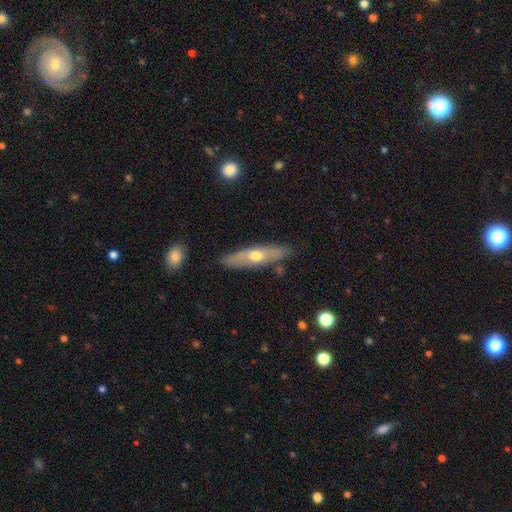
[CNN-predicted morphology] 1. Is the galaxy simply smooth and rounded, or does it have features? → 57% featured or disk, 35% smooth, 8% star or artifact.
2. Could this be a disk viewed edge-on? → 78% yes, 22% no.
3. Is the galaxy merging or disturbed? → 82% none, 13% minor disturbance, 3% major disturbance, 2% merger.